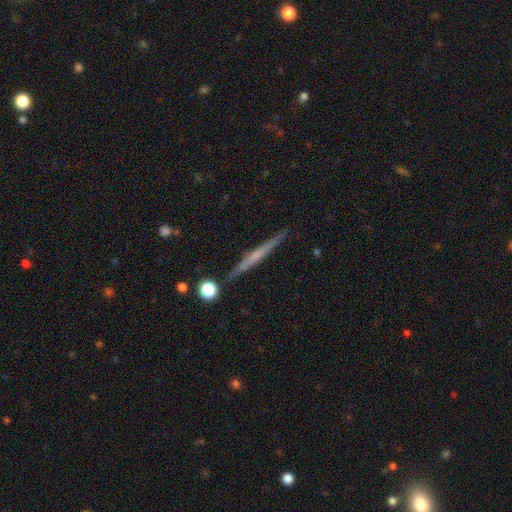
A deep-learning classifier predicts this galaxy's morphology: smooth-or-featured: featured or disk: 61% | smooth: 33% | star or artifact: 6%
  disk-edge-on: yes: 97% | no: 3%
    edge-on-bulge: none: 65% | rounded: 25% | boxy: 9%
  merging: none: 89% | minor disturbance: 8% | merger: 2% | major disturbance: 2%